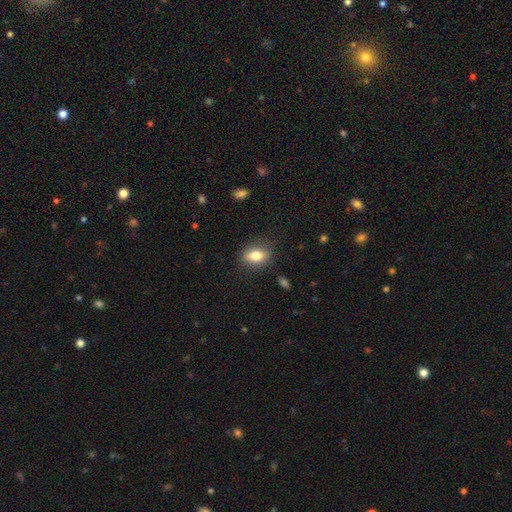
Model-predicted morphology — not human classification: Smooth or featured: smooth — 76% (featured or disk — 16%)
How rounded: in between — 76% (round — 17%)
Merging: none — 82% (minor disturbance — 13%)